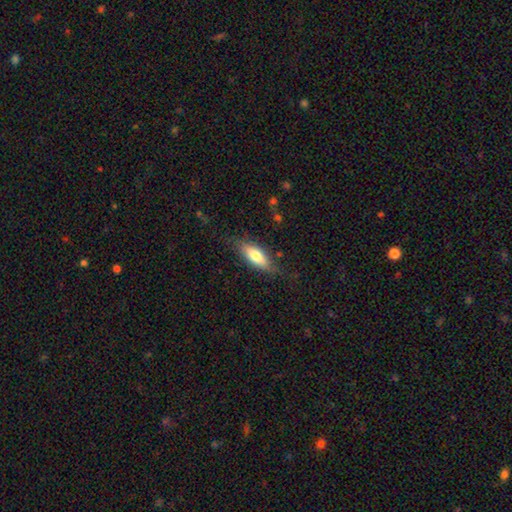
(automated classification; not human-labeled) Q: Smooth or featured?
A: smooth (67%); runner-up: featured or disk (27%)
Q: How rounded?
A: in between (66%); runner-up: cigar-shaped (31%)
Q: Merging?
A: none (73%); runner-up: minor disturbance (19%)